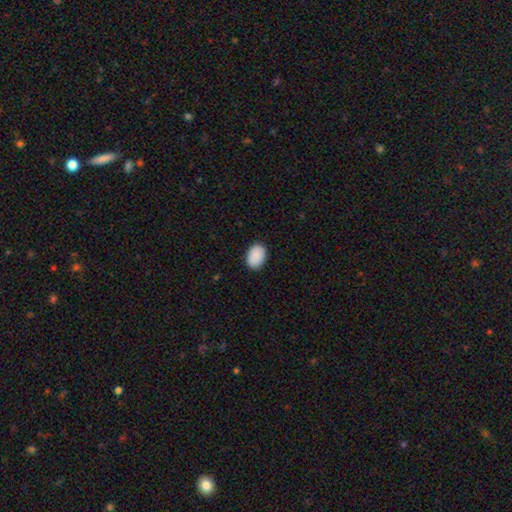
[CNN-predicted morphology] This appears to be a smooth galaxy with no disk features (91%) that is in between round and cigar-shaped (85%). Merging: none (88%).